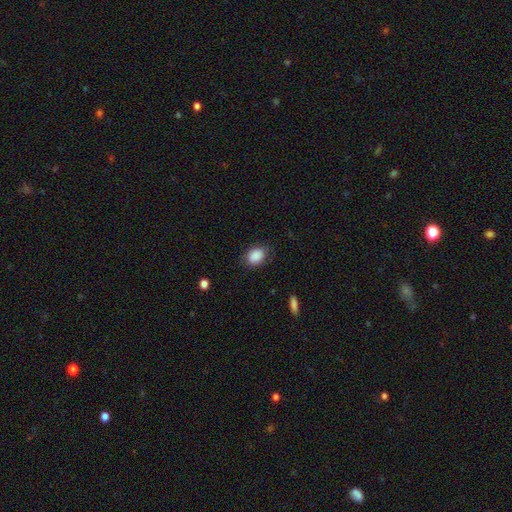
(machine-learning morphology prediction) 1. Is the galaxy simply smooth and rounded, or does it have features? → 88% smooth, 8% star or artifact, 4% featured or disk.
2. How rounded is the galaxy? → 62% in between, 36% round, 1% cigar-shaped.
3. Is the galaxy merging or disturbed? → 77% none, 17% minor disturbance, 5% major disturbance, 1% merger.